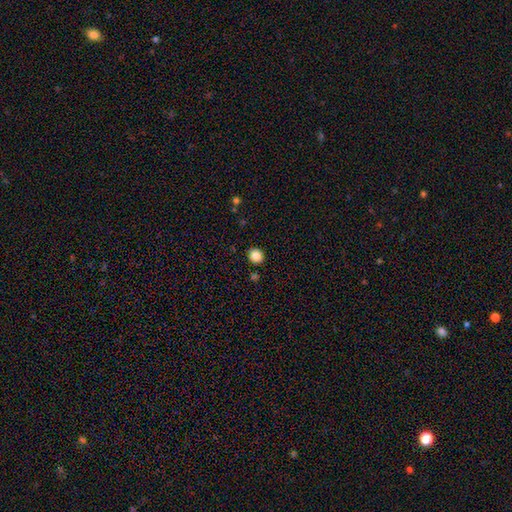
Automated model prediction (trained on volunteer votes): This is clearly a smooth galaxy (86%). How rounded: clearly round (82%). Merging: clearly none (90%).